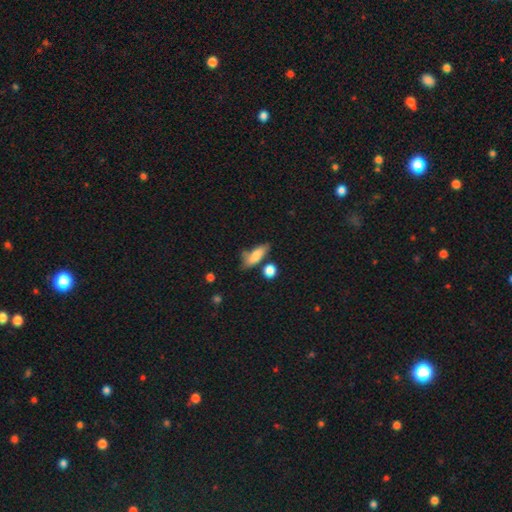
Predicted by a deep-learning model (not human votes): smooth-or-featured: smooth: 78% | featured or disk: 14% | star or artifact: 8%
  how-rounded: in between: 67% | cigar-shaped: 28% | round: 4%
  merging: none: 57% | minor disturbance: 23% | merger: 12% | major disturbance: 7%